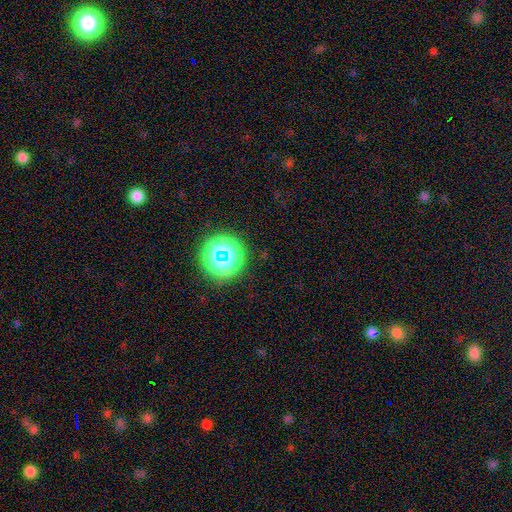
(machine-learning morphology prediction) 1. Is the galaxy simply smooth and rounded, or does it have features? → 72% star or artifact, 20% smooth, 8% featured or disk.